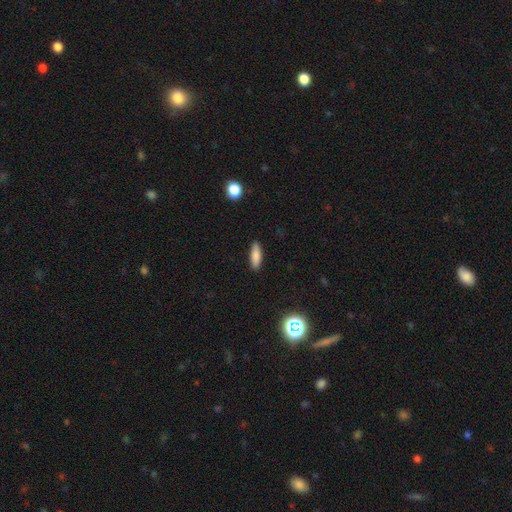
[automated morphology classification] Smooth or featured? smooth (83%)
How rounded? cigar-shaped (50%)
Merging? none (88%)